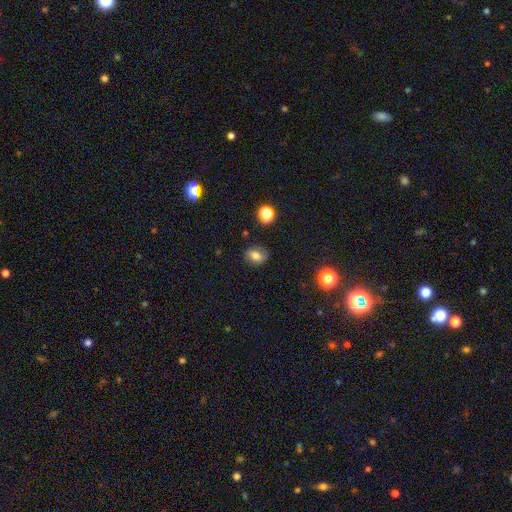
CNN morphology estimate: This is likely a smooth galaxy (66%). How rounded: possibly in between (55%). Merging: likely none (80%).